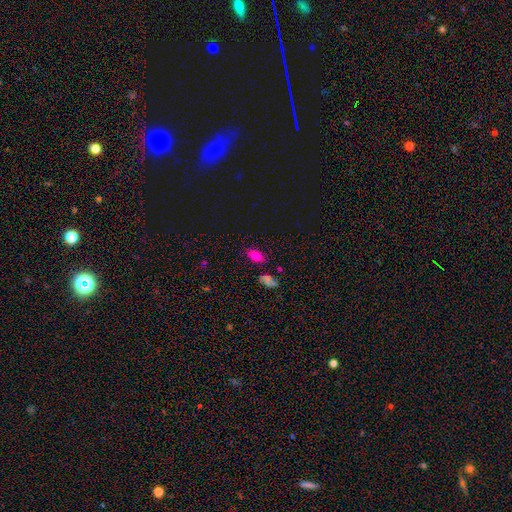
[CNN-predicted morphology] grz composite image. It shows a smooth galaxy with no disk features (71%) that is in between round and cigar-shaped (87%). Merging: none (81%).